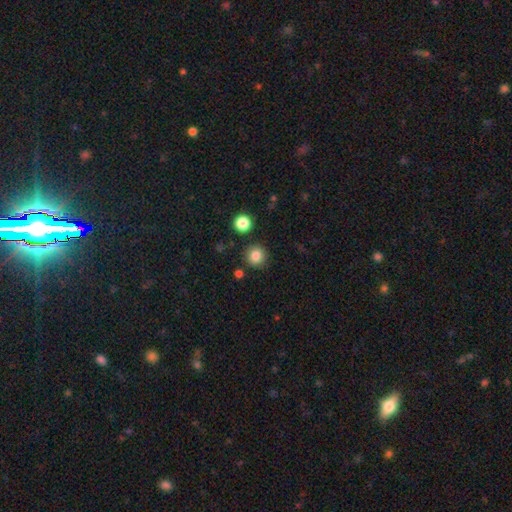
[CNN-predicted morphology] Smooth or featured? Predicted: smooth (p=0.84). How rounded? Predicted: round (p=0.93). Merging? Predicted: none (p=0.88).